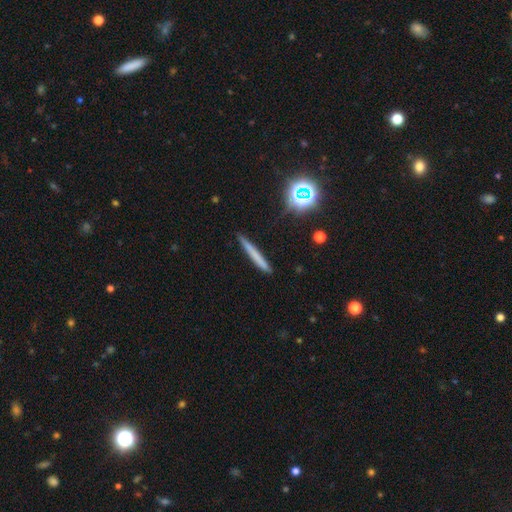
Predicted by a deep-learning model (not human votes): smooth-or-featured: smooth: 62% | featured or disk: 27% | star or artifact: 11%
  how-rounded: cigar-shaped: 96% | in between: 3% | round: 2%
  merging: none: 89% | minor disturbance: 8% | major disturbance: 2% | merger: 1%